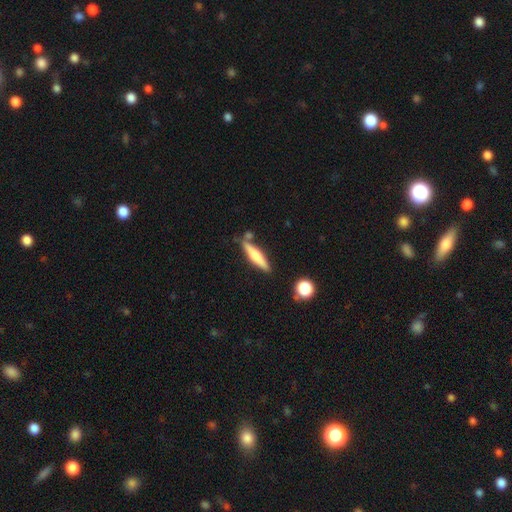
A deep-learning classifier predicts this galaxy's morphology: smooth-or-featured: smooth: 53% | featured or disk: 41% | star or artifact: 6%
  how-rounded: cigar-shaped: 85% | in between: 13% | round: 2%
  merging: none: 76% | minor disturbance: 13% | merger: 8% | major disturbance: 3%